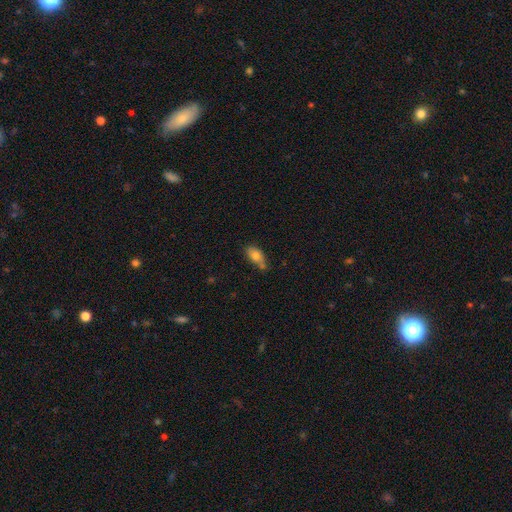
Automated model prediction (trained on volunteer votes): This appears to be a smooth galaxy with no disk features (76%) that is in between round and cigar-shaped (86%). Merging: none (49%).